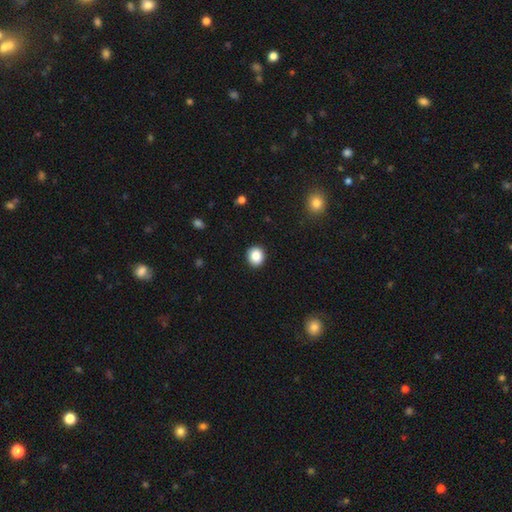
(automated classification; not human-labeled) A smooth galaxy with no disk features (87%) that is round (77%). Merging: none (91%).